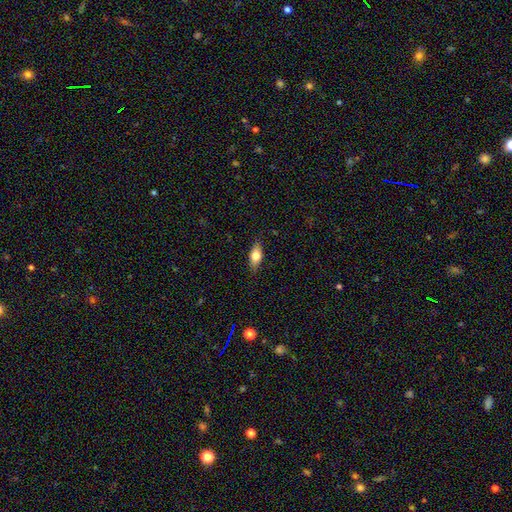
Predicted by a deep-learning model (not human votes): Morphology: type=smooth (73%); roundness=in between (81%); merging=none (84%).